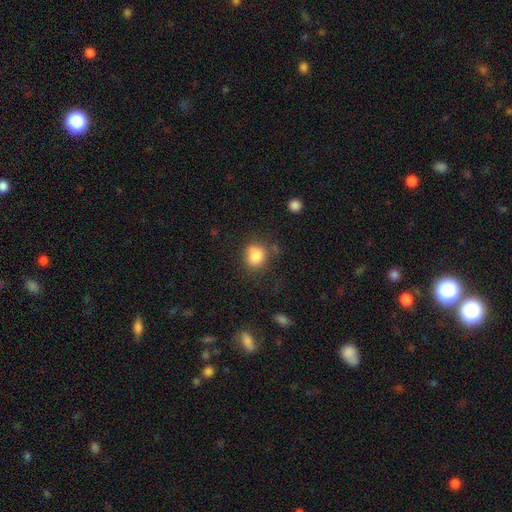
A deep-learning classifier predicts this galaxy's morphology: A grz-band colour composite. It shows a smooth galaxy with no disk features (84%) that is round (75%). Merging: none (67%).